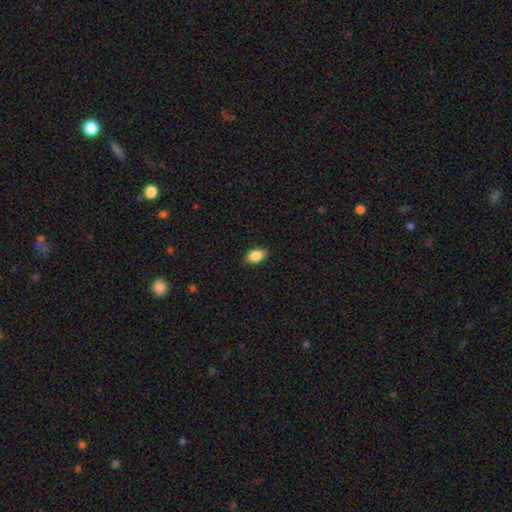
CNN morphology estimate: This appears to be a smooth galaxy with no disk features (86%) that is in between round and cigar-shaped (89%). Merging: none (87%).